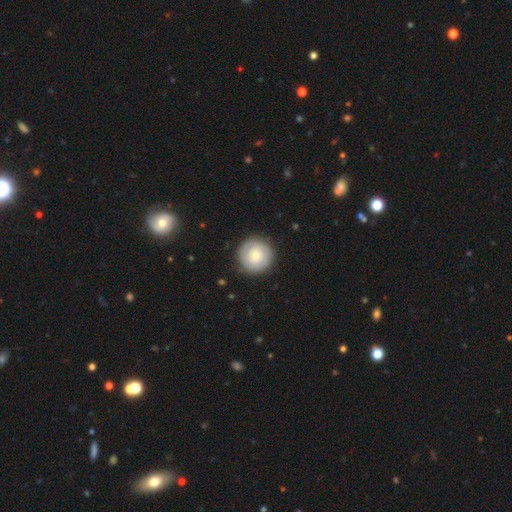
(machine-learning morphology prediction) Overall: smooth (52%; featured or disk 42%). How rounded: round (95%). Merging: none (86%).